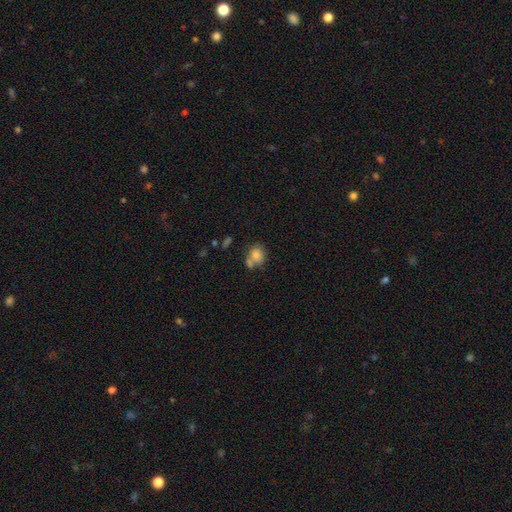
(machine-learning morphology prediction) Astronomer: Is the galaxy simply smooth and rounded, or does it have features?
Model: smooth — 82%.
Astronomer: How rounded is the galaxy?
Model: round — 59% (runner-up: in between, 40%).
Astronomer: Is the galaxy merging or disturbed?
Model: none — 46% (runner-up: merger, 32%).